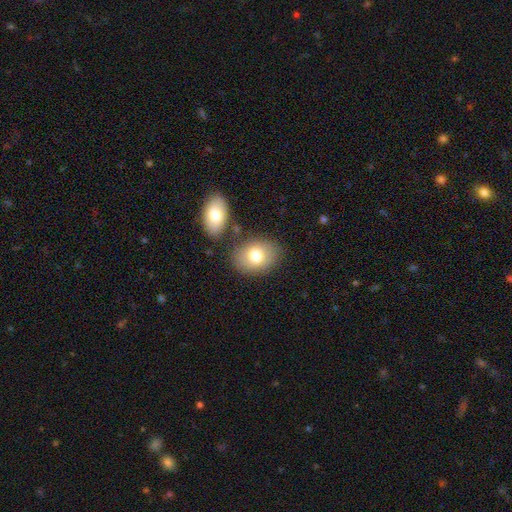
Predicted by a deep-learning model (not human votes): Smooth or featured? Predicted: smooth (p=0.77). How rounded? Predicted: in between (p=0.69). Merging? Predicted: none (p=0.73).